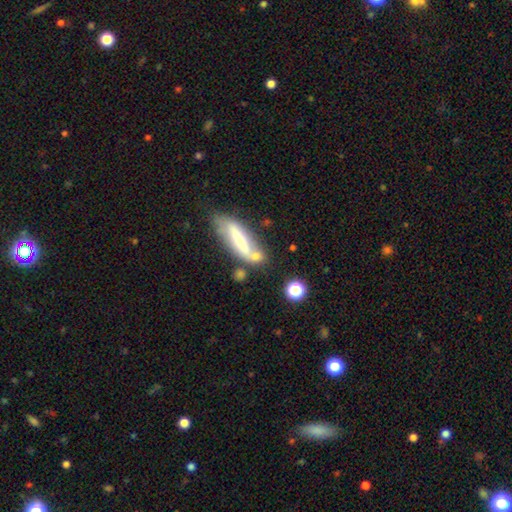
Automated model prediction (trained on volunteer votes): The model was most divided on "smooth or featured": smooth: 48%, featured or disk: 44%, star or artifact: 8%. Remaining: merging — none (49%).